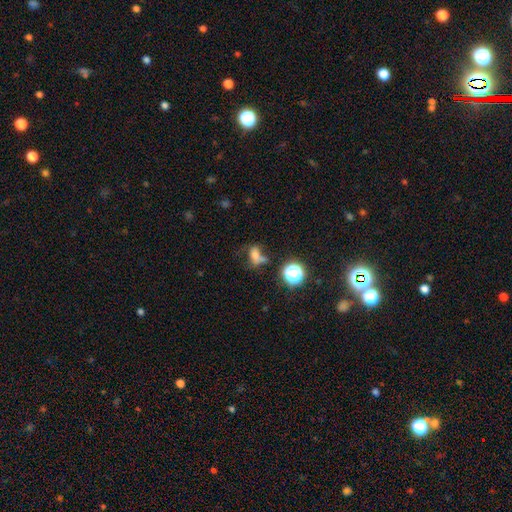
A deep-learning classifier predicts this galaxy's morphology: A smooth galaxy with no disk features (57%) that is in between round and cigar-shaped (62%). Merging: none (35%).